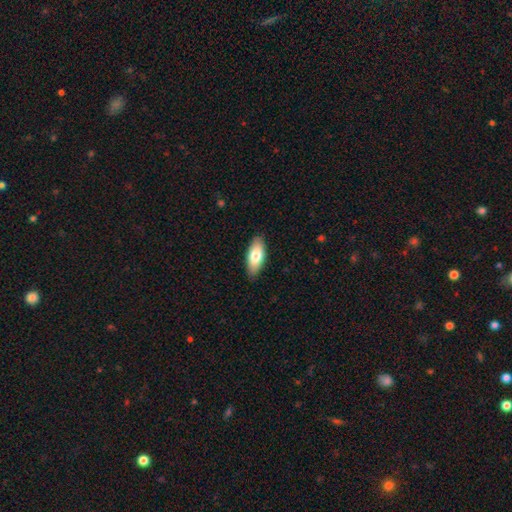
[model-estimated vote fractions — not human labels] smooth_or_featured: smooth (p=0.79) [alt: featured or disk p=0.15]
how_rounded: in between (p=0.85) [alt: cigar-shaped p=0.13]
merging: none (p=0.87) [alt: minor disturbance p=0.10]